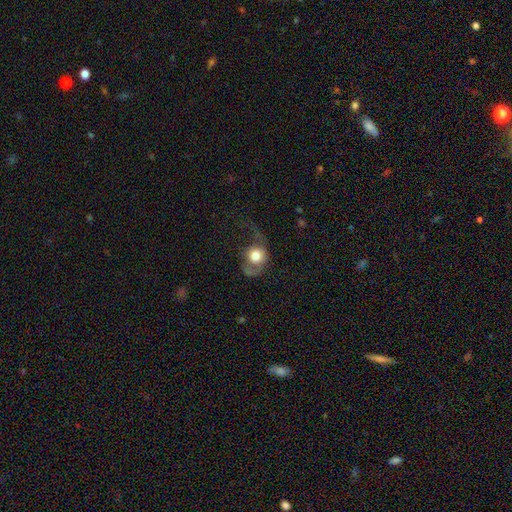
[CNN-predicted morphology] smooth_or_featured: smooth (p=0.61) [alt: featured or disk p=0.31]
how_rounded: round (p=0.71) [alt: in between p=0.27]
merging: major disturbance (p=0.51) [alt: none p=0.26]